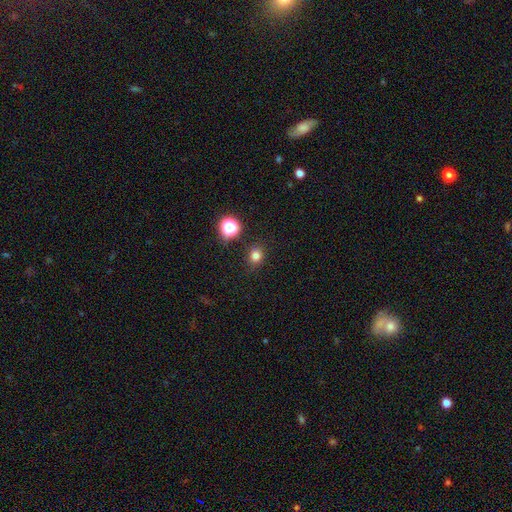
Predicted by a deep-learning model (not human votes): Smooth or featured? Predicted: smooth (p=0.79). How rounded? Predicted: round (p=0.77). Merging? Predicted: none (p=0.86).